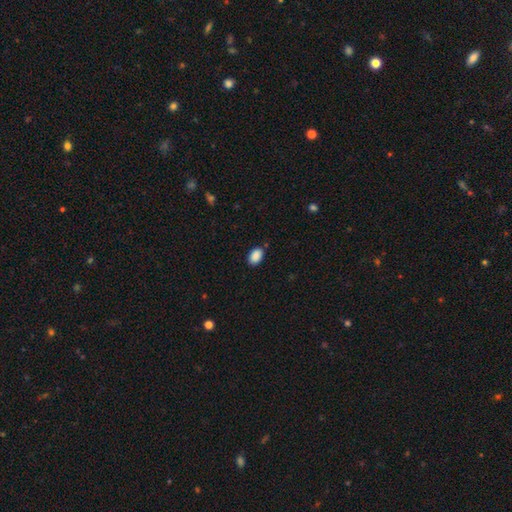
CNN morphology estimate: This is clearly a smooth galaxy (90%). How rounded: clearly in between (87%). Merging: clearly none (84%).